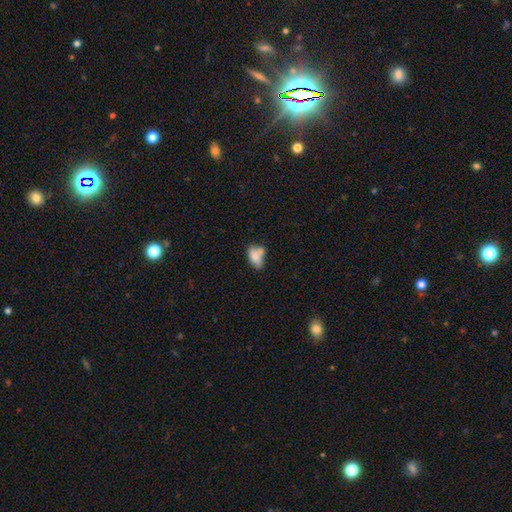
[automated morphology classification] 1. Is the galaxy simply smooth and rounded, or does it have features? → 72% smooth, 18% featured or disk, 10% star or artifact.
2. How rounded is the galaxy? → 87% in between, 8% round, 5% cigar-shaped.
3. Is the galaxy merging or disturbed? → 35% none, 29% merger, 24% minor disturbance, 12% major disturbance.